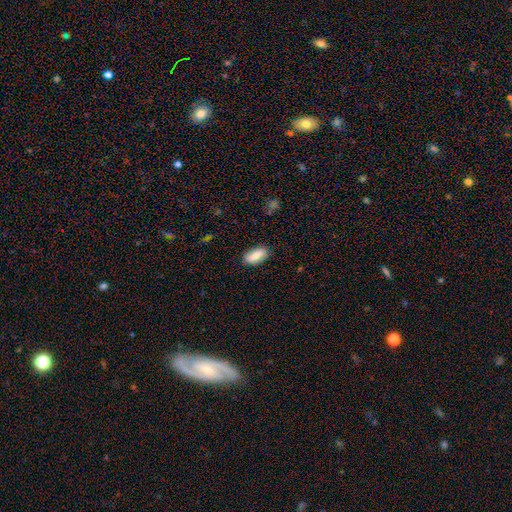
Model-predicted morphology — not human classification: This appears to be a smooth galaxy with no disk features (73%) that is in between round and cigar-shaped (88%). Merging: none (85%).